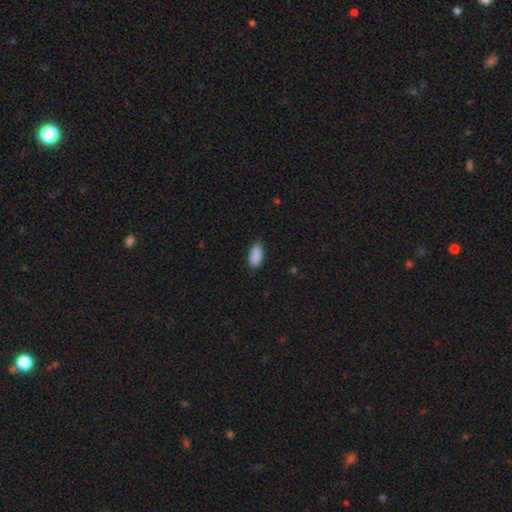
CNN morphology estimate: smooth-or-featured: smooth: 89% | star or artifact: 7% | featured or disk: 3%
  how-rounded: in between: 91% | cigar-shaped: 7% | round: 3%
  merging: none: 76% | minor disturbance: 20% | major disturbance: 3% | merger: 1%